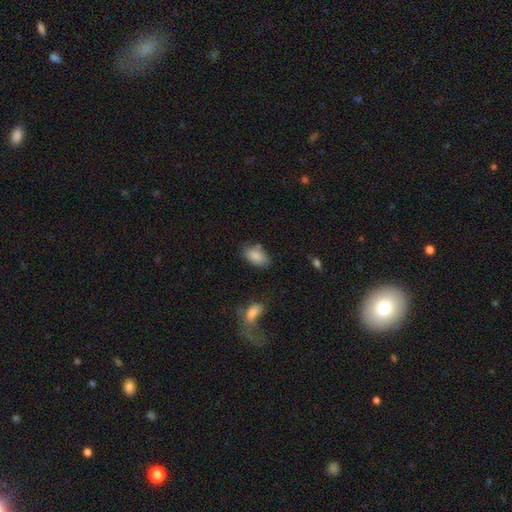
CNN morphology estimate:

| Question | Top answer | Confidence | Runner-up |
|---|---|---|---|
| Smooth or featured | smooth | 86% | star or artifact (7%) |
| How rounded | in between | 92% | round (5%) |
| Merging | none | 67% | minor disturbance (20%) |